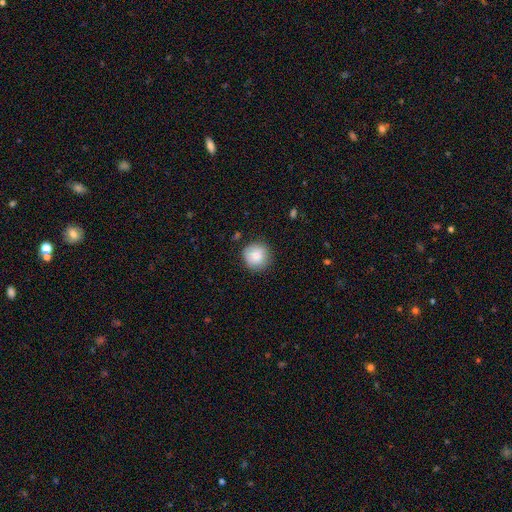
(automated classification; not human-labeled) smooth-or-featured: smooth: 85% | star or artifact: 8% | featured or disk: 7%
  how-rounded: round: 94% | in between: 5% | cigar-shaped: 1%
  merging: none: 83% | minor disturbance: 12% | major disturbance: 3% | merger: 1%